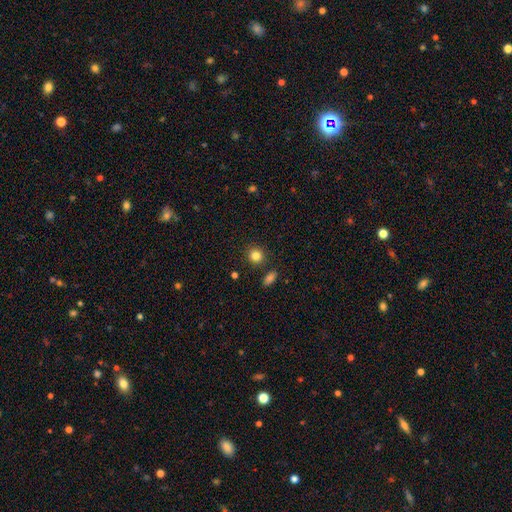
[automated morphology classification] smooth 84%, star or artifact 10%, featured or disk 5%. Down the decision tree: how rounded — round (86%); merging — none (85%).